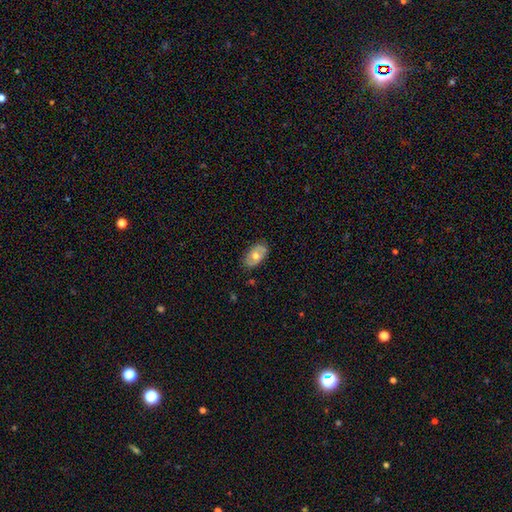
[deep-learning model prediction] Smooth or featured: smooth — 55% (featured or disk — 38%)
How rounded: in between — 91% (round — 8%)
Merging: none — 81% (minor disturbance — 15%)